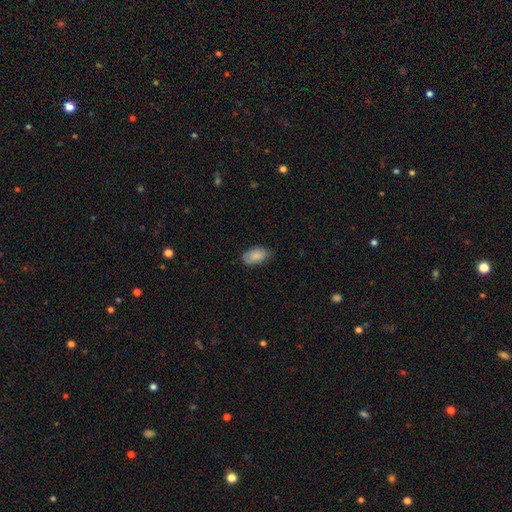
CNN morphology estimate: Q: Smooth or featured?
A: smooth (86%); runner-up: featured or disk (8%)
Q: How rounded?
A: in between (94%); runner-up: round (4%)
Q: Merging?
A: none (69%); runner-up: minor disturbance (26%)